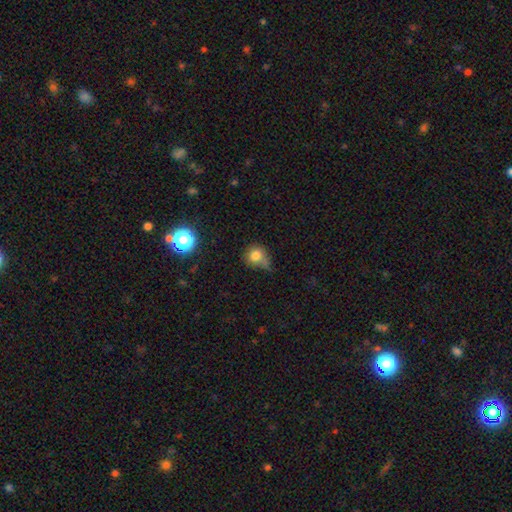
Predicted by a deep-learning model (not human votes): smooth 78%, star or artifact 13%, featured or disk 10%. Down the decision tree: how rounded — round (75%); merging — none (40%).